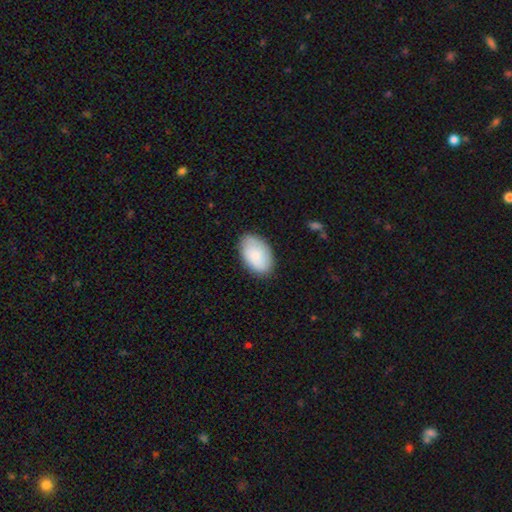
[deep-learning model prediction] smooth-or-featured: smooth: 86% | featured or disk: 8% | star or artifact: 6%
  how-rounded: in between: 92% | round: 7% | cigar-shaped: 1%
  merging: none: 84% | minor disturbance: 12% | major disturbance: 3% | merger: 1%